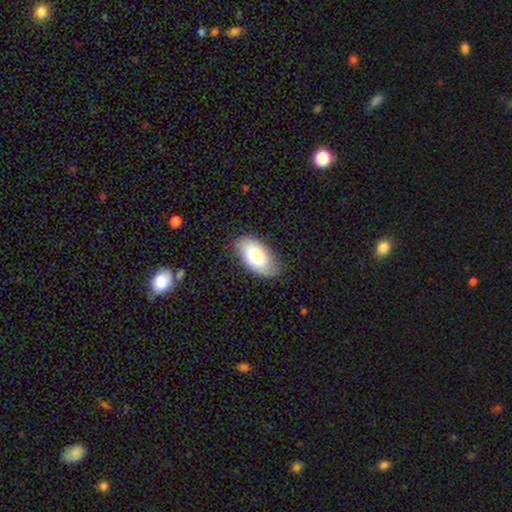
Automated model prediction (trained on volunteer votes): Smooth or featured? smooth (81%)
How rounded? in between (95%)
Merging? none (80%)